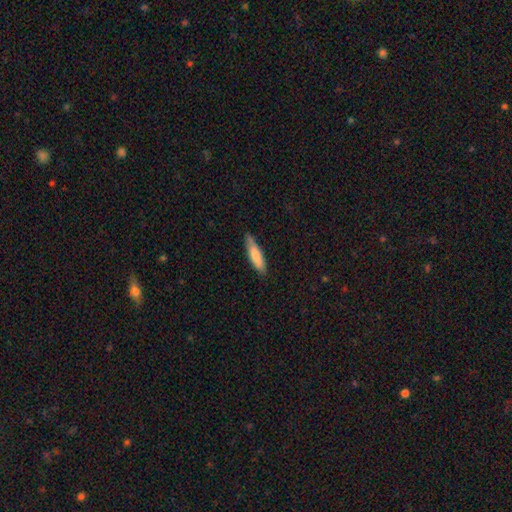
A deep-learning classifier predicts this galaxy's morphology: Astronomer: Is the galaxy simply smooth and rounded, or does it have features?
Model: smooth — 77%.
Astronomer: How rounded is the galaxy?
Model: cigar-shaped — 73%.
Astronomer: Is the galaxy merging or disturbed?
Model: none — 82%.